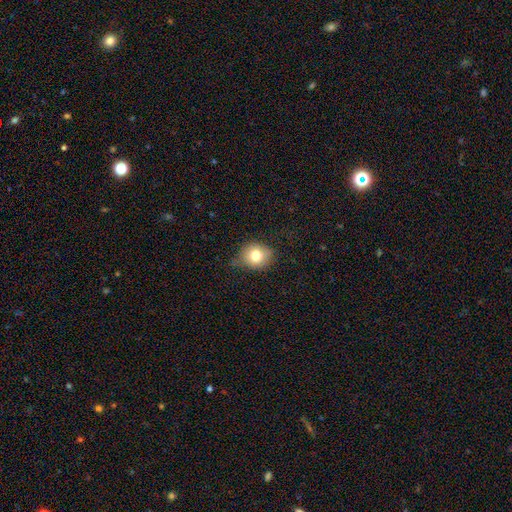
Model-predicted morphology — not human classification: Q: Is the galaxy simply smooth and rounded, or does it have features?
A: smooth — 76%.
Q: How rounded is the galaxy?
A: round — 72%.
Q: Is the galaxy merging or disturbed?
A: none — 68%.